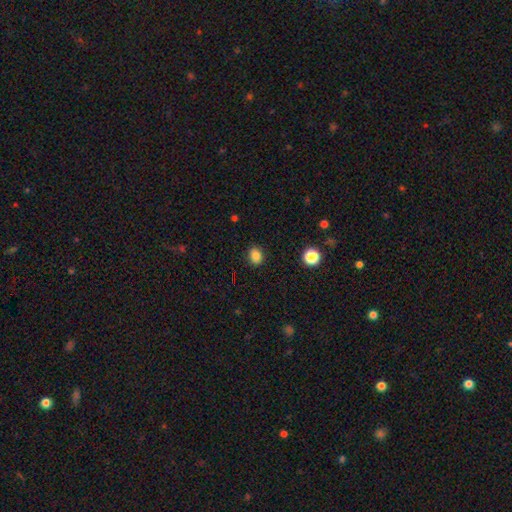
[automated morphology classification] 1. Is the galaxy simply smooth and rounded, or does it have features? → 83% smooth, 12% star or artifact, 5% featured or disk.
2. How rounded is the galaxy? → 52% in between, 47% round, 1% cigar-shaped.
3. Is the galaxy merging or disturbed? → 88% none, 9% minor disturbance, 2% major disturbance, 1% merger.